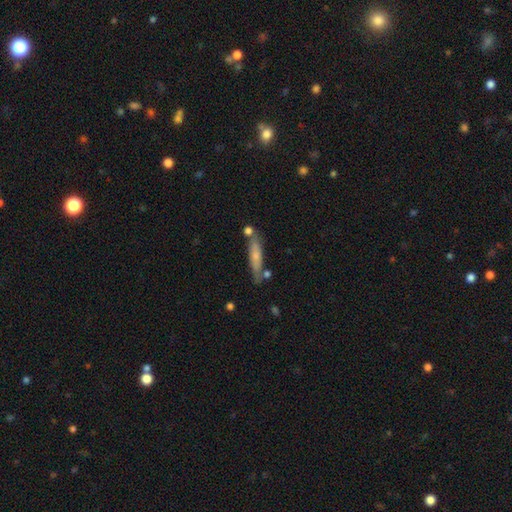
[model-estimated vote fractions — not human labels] smooth-or-featured: smooth: 63% | featured or disk: 31% | star or artifact: 6%
  how-rounded: cigar-shaped: 81% | in between: 17% | round: 2%
  merging: none: 70% | minor disturbance: 16% | merger: 10% | major disturbance: 4%